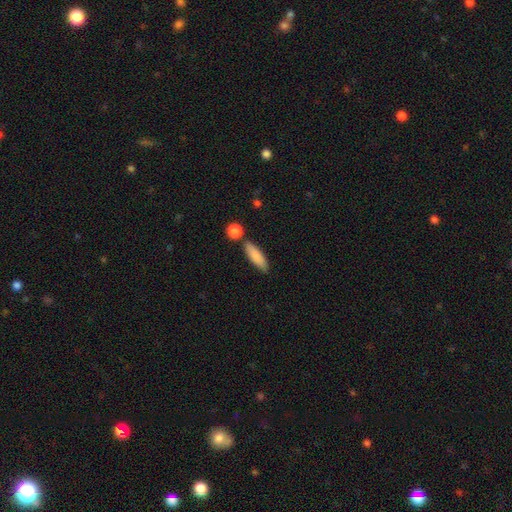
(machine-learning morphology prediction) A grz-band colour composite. It shows a smooth galaxy with no disk features (85%) that is cigar-shaped (51%). Merging: none (76%).